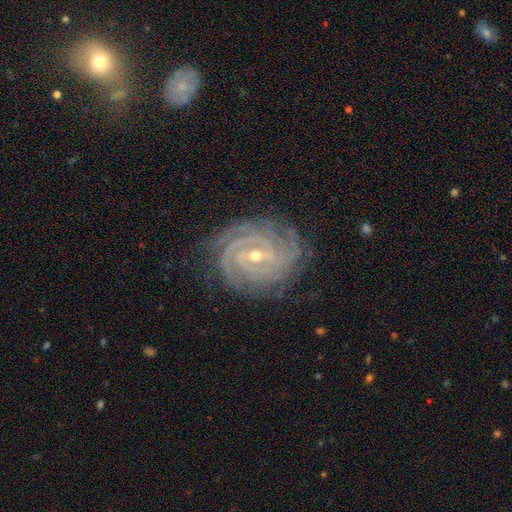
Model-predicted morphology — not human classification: Smooth or featured? featured or disk (92%)
Edge-on disk? no (97%)
Bar? weak (46%)
Spiral arms? yes (99%)
Spiral winding? tight (87%)
Spiral arm count? 4 (25%)
Bulge size? small (55%)
Merging? none (81%)